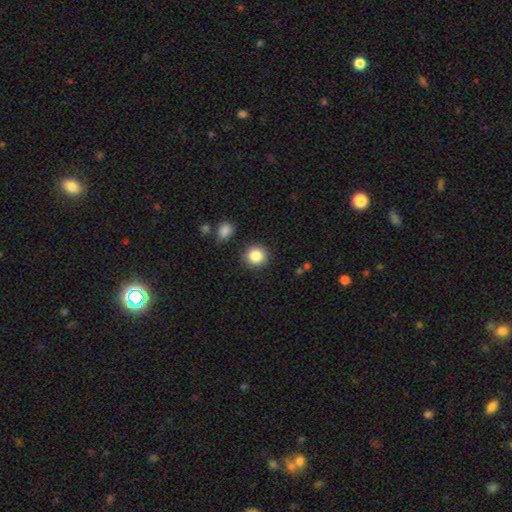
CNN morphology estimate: Smooth or featured: smooth — 85% (star or artifact — 9%)
How rounded: round — 90% (in between — 9%)
Merging: none — 88% (minor disturbance — 7%)